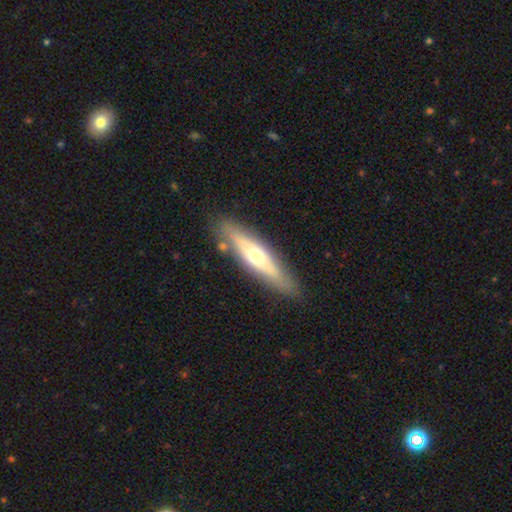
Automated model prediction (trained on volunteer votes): smooth-or-featured: featured or disk: 51% | smooth: 43% | star or artifact: 6%
  disk-edge-on: yes: 76% | no: 24%
  merging: none: 82% | minor disturbance: 12% | merger: 3% | major disturbance: 3%